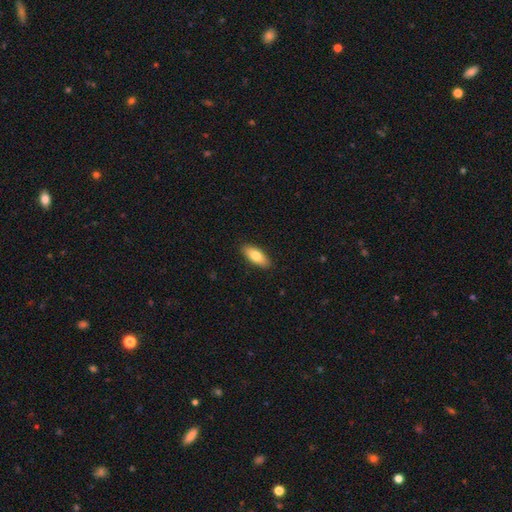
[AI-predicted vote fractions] Morphology: type=smooth (79%); roundness=in between (79%); merging=none (89%).